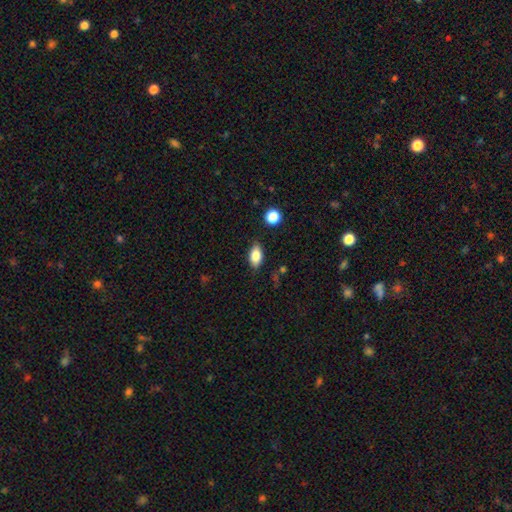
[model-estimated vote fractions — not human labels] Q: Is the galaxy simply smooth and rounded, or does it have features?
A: smooth — 83%.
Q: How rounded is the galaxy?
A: in between — 89%.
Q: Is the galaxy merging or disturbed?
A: none — 82%.